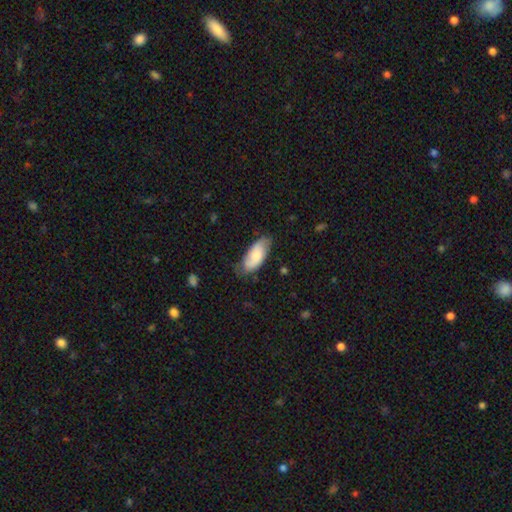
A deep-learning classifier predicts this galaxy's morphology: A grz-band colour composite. It shows a smooth galaxy with no disk features (71%) that is in between round and cigar-shaped (89%). Merging: none (66%).